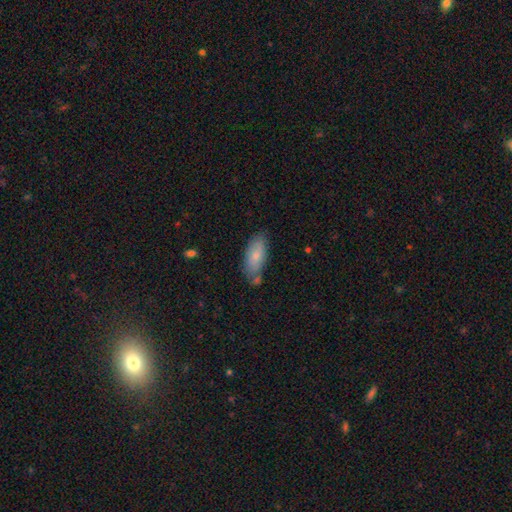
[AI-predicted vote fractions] Smooth or featured? Predicted: smooth (p=0.78). How rounded? Predicted: in between (p=0.84). Merging? Predicted: none (p=0.68).